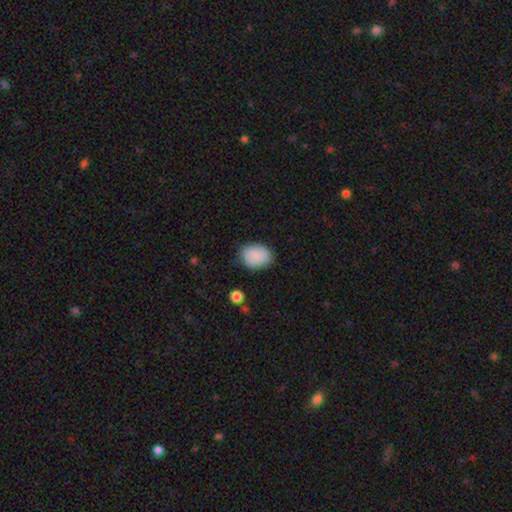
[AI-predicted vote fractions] Smooth or featured?
  - smooth: 83% *
  - featured or disk: 10%
  - star or artifact: 7%
How rounded?
  - in between: 71% *
  - round: 28%
  - cigar-shaped: 1%
Merging?
  - none: 79% *
  - minor disturbance: 16%
  - major disturbance: 3%
  - merger: 2%